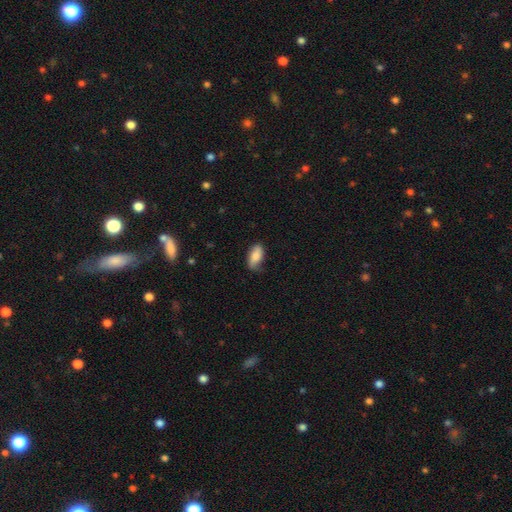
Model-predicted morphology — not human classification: Smooth or featured: smooth — 79% (featured or disk — 15%)
How rounded: in between — 90% (cigar-shaped — 7%)
Merging: none — 62% (minor disturbance — 30%)